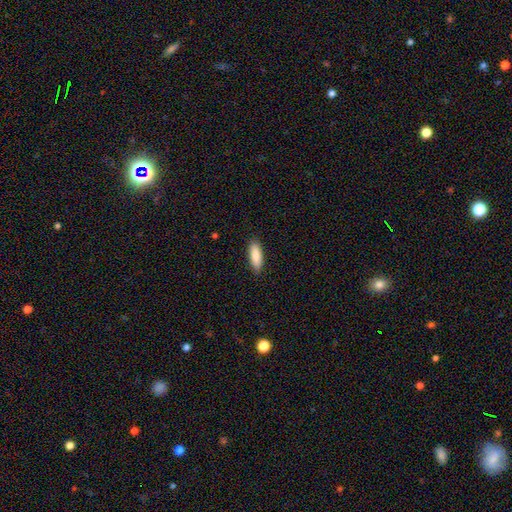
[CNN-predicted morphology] A smooth galaxy with no disk features (88%) that is in between round and cigar-shaped (56%).

Vote fractions:
- Smooth or featured? smooth: 88% / featured or disk: 6% / star or artifact: 6%
- How rounded? in between: 56% / cigar-shaped: 43% / round: 2%
- Merging? none: 88% / minor disturbance: 9% / major disturbance: 2% / merger: 1%